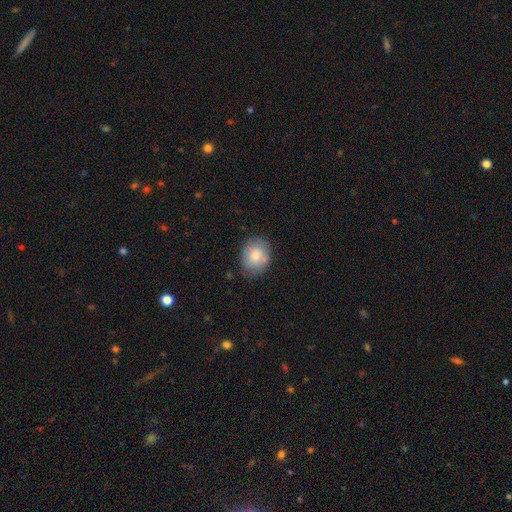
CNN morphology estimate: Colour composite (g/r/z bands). It shows a smooth galaxy with no disk features (78%) that is round (53%). Merging: none (73%).